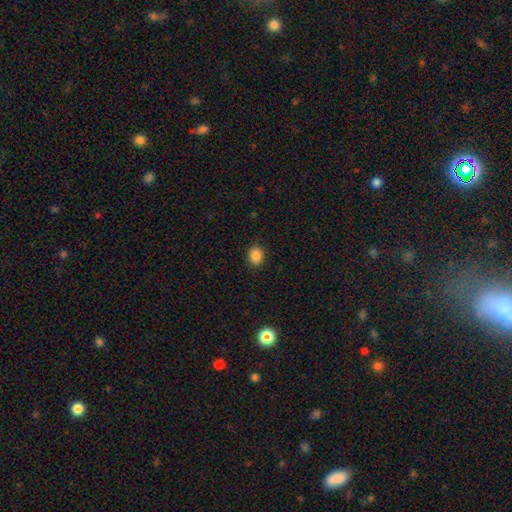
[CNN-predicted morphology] A smooth galaxy with no disk features (87%) that is round (64%).

Vote fractions:
- Smooth or featured? smooth: 87% / star or artifact: 10% / featured or disk: 3%
- How rounded? round: 64% / in between: 35% / cigar-shaped: 1%
- Merging? none: 89% / minor disturbance: 7% / major disturbance: 2% / merger: 1%